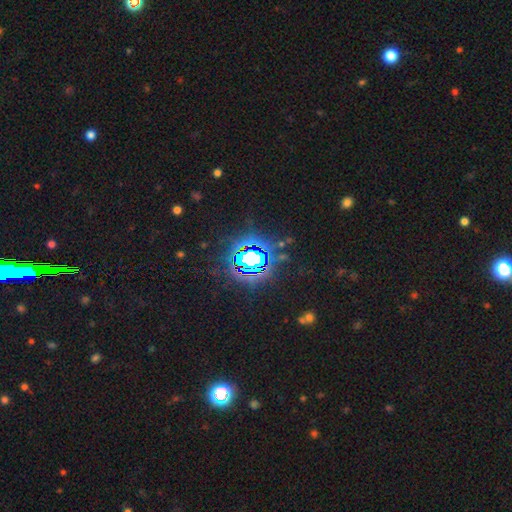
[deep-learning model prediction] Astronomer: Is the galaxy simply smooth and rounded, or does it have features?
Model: star or artifact — 78%.